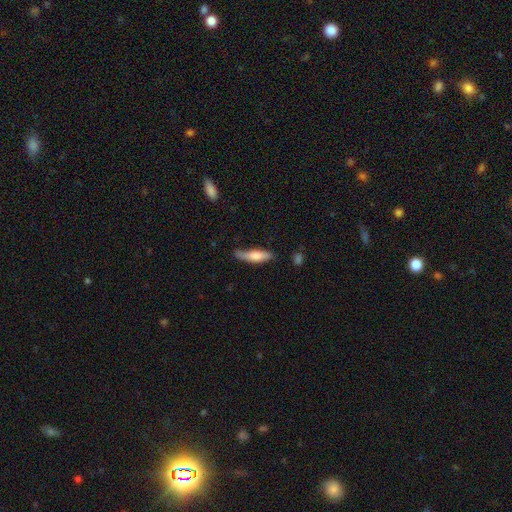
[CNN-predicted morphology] Smooth or featured: smooth — 67% (featured or disk — 28%)
How rounded: cigar-shaped — 64% (in between — 34%)
Merging: none — 59% (minor disturbance — 31%)